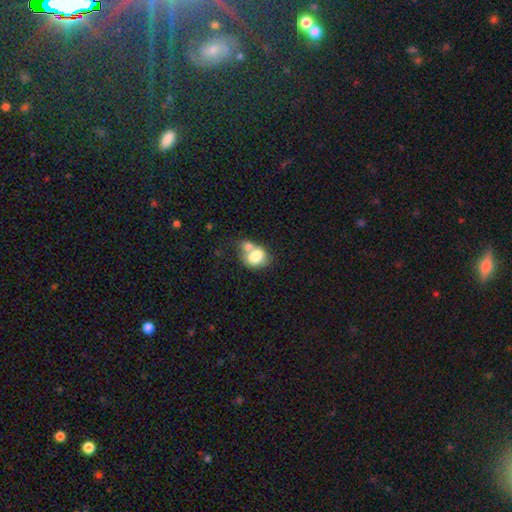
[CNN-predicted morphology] type=smooth (75%); roundness=in between (59%); merging=merger (56%).